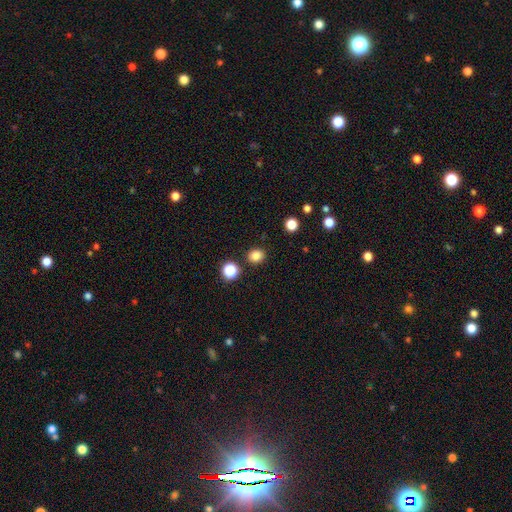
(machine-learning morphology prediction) smooth 83%, star or artifact 13%, featured or disk 4%. Down the decision tree: how rounded — round (72%); merging — none (87%).